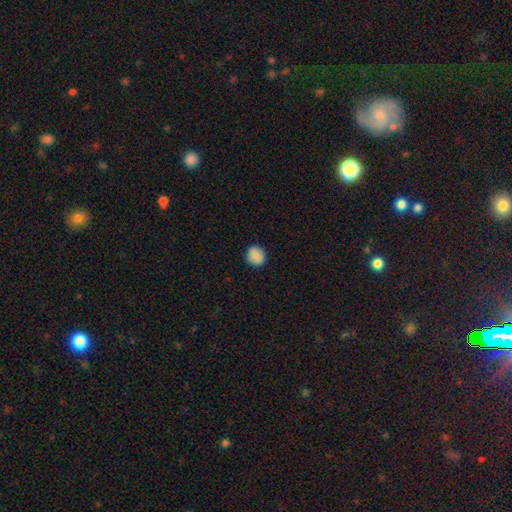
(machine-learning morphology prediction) A smooth galaxy with no disk features (88%) that is round (83%).

Vote fractions:
- Smooth or featured? smooth: 88% / star or artifact: 8% / featured or disk: 3%
- How rounded? round: 83% / in between: 16% / cigar-shaped: 1%
- Merging? none: 89% / minor disturbance: 8% / major disturbance: 2% / merger: 1%